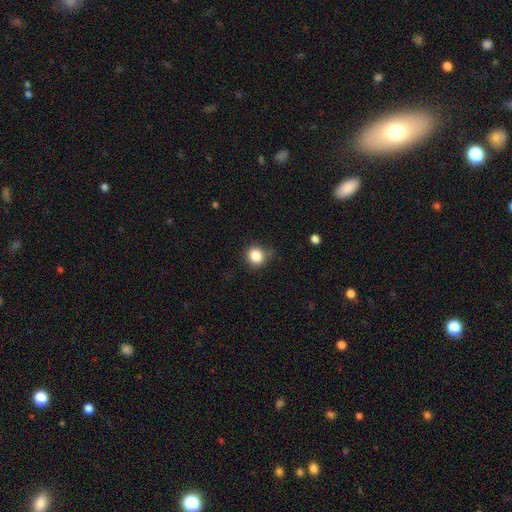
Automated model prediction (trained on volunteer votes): Smooth or featured: smooth — 84% (star or artifact — 11%)
How rounded: round — 78% (in between — 21%)
Merging: none — 73% (minor disturbance — 21%)